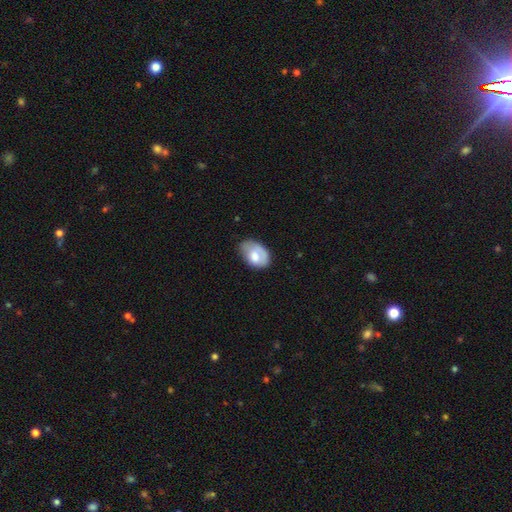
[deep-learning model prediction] Smooth or featured? Predicted: smooth (p=0.66). How rounded? Predicted: in between (p=0.85). Merging? Predicted: none (p=0.45).